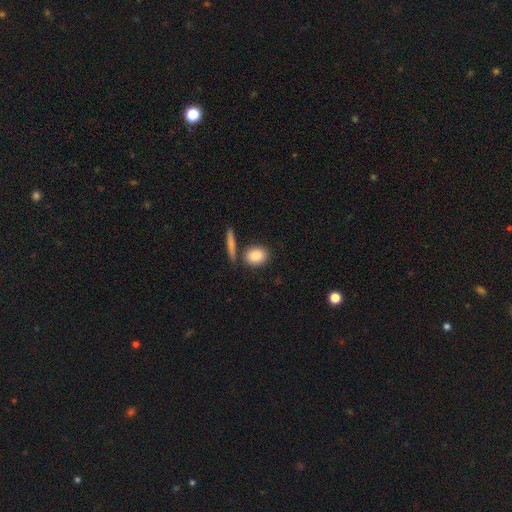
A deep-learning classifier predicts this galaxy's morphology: smooth_or_featured: smooth (p=0.86) [alt: featured or disk p=0.07]
how_rounded: in between (p=0.53) [alt: round p=0.43]
merging: none (p=0.73) [alt: merger p=0.13]